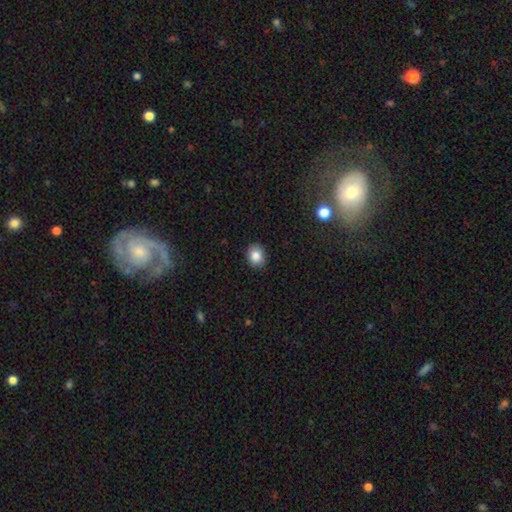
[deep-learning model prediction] This appears to be a smooth galaxy with no disk features (86%) that is round (54%). Merging: none (89%).